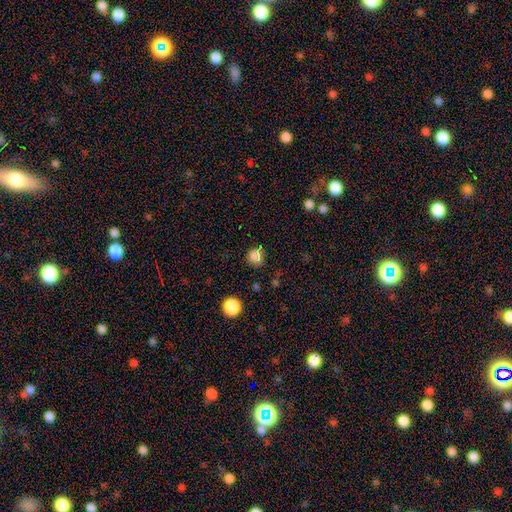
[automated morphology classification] type=smooth (81%); roundness=round (85%); merging=none (73%).